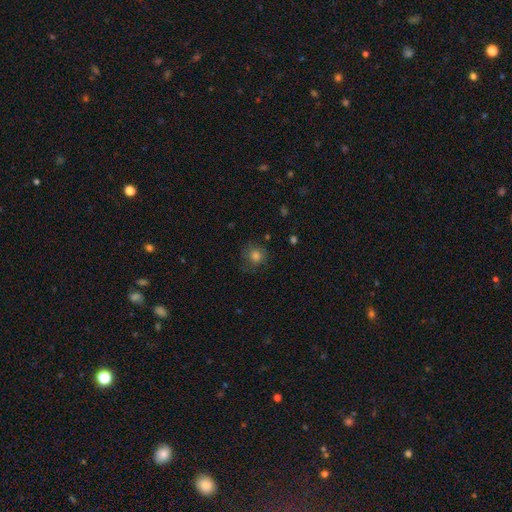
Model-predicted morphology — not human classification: Overall: smooth (76%). How rounded: round (87%). Merging: none (73%).